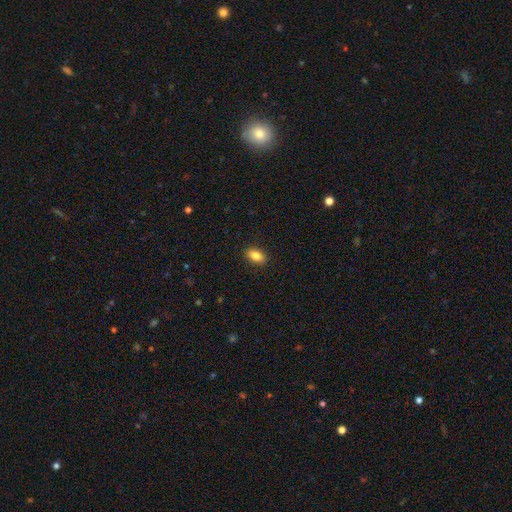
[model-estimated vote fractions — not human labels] Morphology: type=smooth (85%); roundness=in between (89%); merging=none (89%).